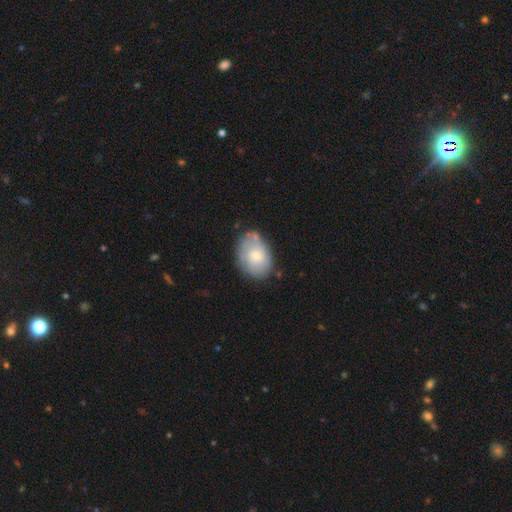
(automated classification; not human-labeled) A smooth galaxy with no disk features (50%).

Vote fractions:
- Smooth or featured? smooth: 50% / featured or disk: 43% / star or artifact: 7%
- Merging? none: 64% / minor disturbance: 24% / major disturbance: 7% / merger: 6%